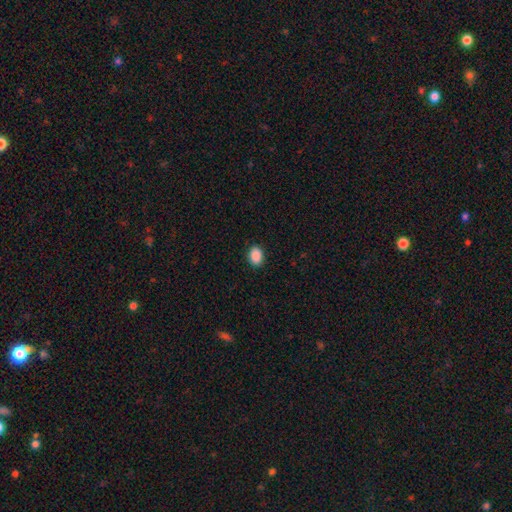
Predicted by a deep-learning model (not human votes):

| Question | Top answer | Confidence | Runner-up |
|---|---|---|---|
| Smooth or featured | smooth | 90% | star or artifact (8%) |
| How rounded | in between | 77% | round (22%) |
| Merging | none | 89% | minor disturbance (8%) |